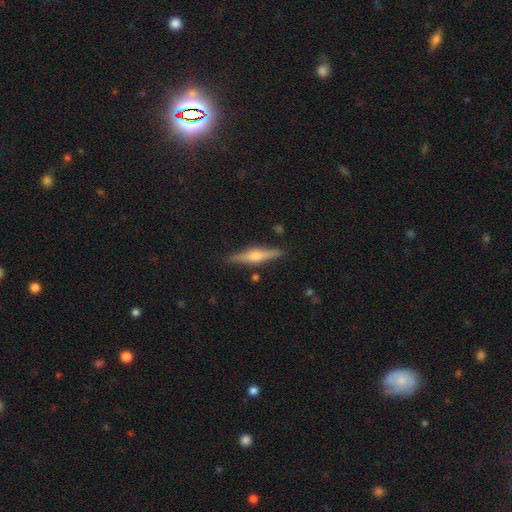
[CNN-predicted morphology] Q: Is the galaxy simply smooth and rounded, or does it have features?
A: featured or disk — 71%.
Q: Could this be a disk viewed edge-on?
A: yes — 97%.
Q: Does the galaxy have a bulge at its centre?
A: rounded — 90%.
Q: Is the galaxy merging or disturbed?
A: none — 88%.